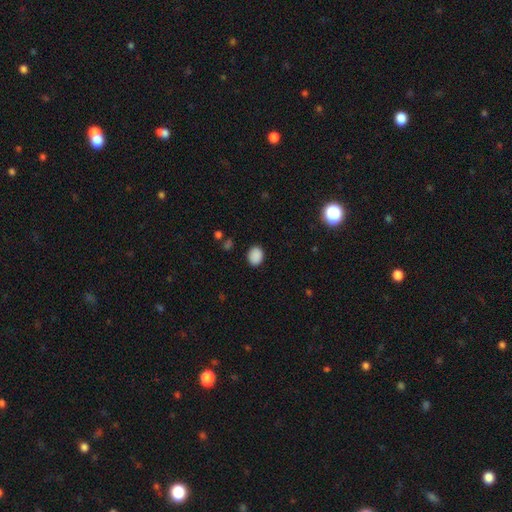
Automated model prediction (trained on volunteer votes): The model was most divided on "how rounded": in between: 52%, round: 47%, cigar-shaped: 1%. More confident: smooth or featured — smooth (88%); merging — none (88%).